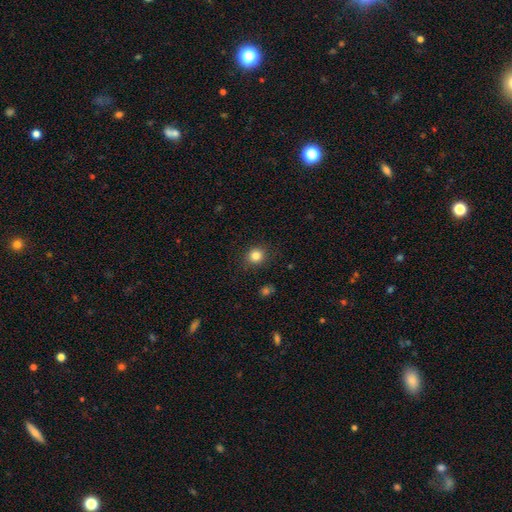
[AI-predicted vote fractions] Smooth or featured? smooth (83%)
How rounded? round (84%)
Merging? none (88%)